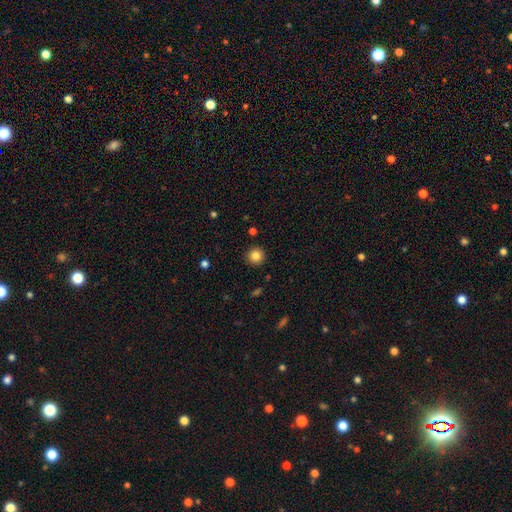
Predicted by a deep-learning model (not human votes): Overall: smooth (84%). How rounded: round (95%). Merging: none (92%).